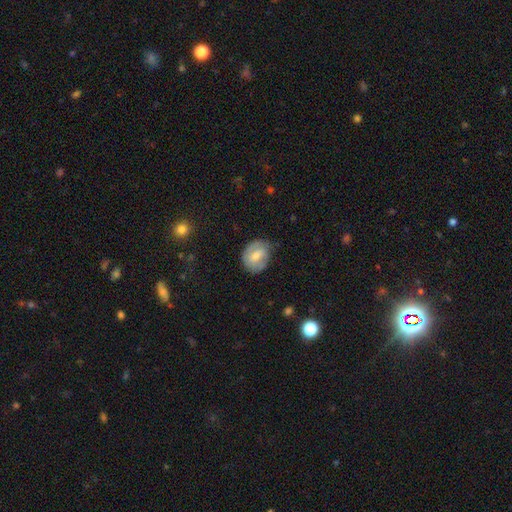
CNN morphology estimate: Smooth or featured?
  - featured or disk: 48% *
  - smooth: 44%
  - star or artifact: 8%
Merging?
  - none: 68% *
  - minor disturbance: 24%
  - major disturbance: 7%
  - merger: 1%